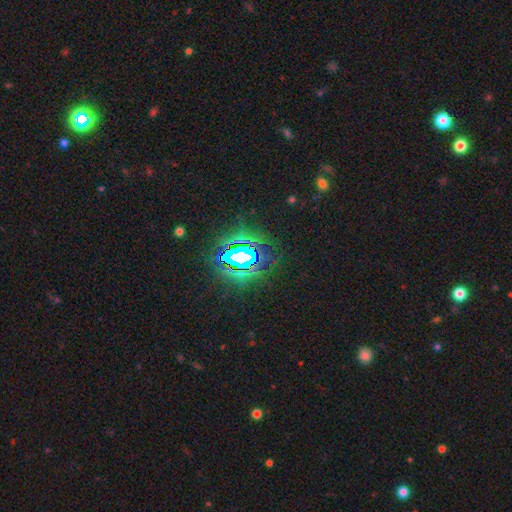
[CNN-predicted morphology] This is clearly a star or artifact rather than a galaxy (84%).